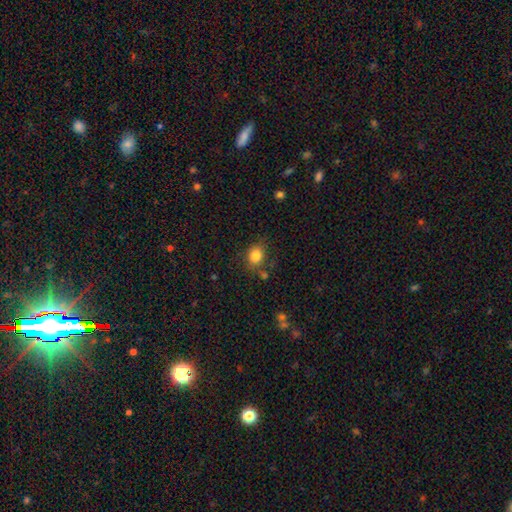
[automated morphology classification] Smooth or featured: smooth — 84% (star or artifact — 10%)
How rounded: round — 54% (in between — 45%)
Merging: none — 73% (minor disturbance — 16%)